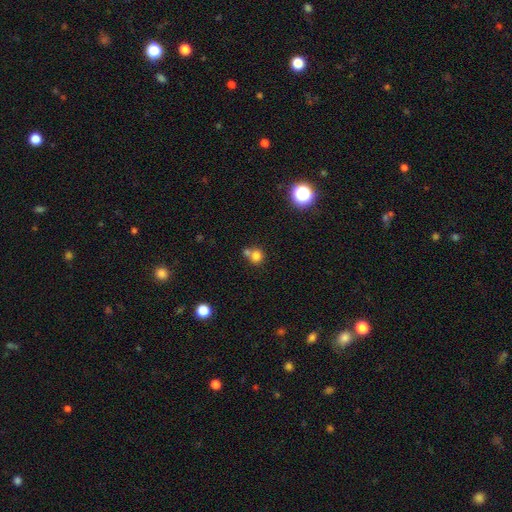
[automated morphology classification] The model was most divided on "merging": none: 47%, merger: 41%, minor disturbance: 8%, major disturbance: 4%. More confident: how rounded — round (84%); smooth or featured — smooth (78%).